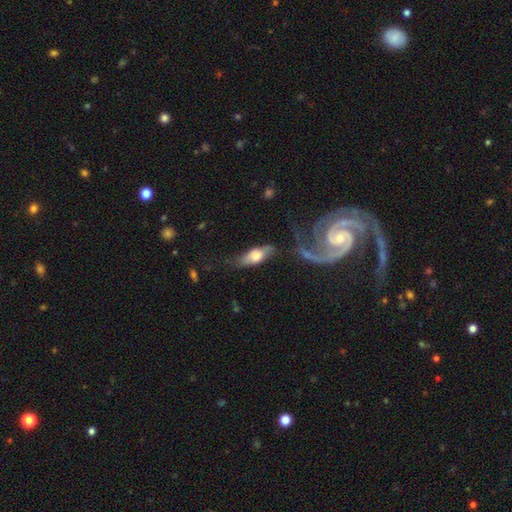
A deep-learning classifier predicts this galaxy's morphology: Smooth or featured? smooth (47%)
Merging? none (52%)